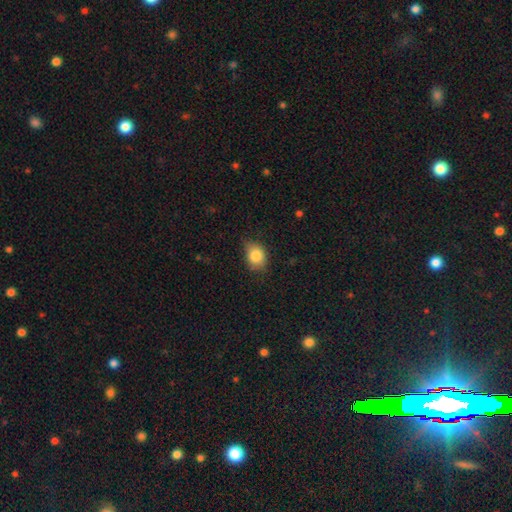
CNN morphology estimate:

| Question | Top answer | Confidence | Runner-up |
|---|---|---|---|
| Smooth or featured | smooth | 84% | star or artifact (9%) |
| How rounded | in between | 55% | round (44%) |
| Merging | none | 65% | minor disturbance (28%) |